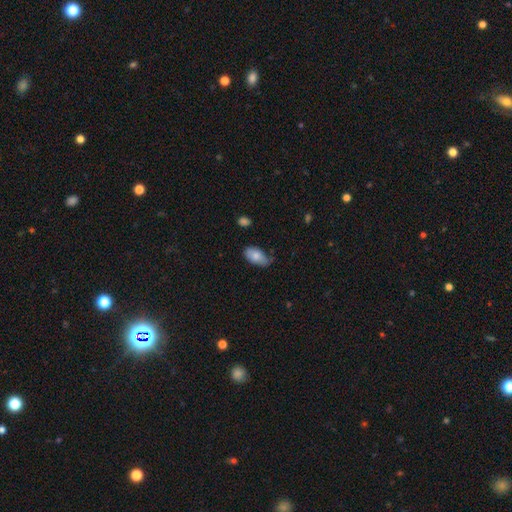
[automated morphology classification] A smooth galaxy with no disk features (79%) that is in between round and cigar-shaped (94%).

Vote fractions:
- Smooth or featured? smooth: 79% / featured or disk: 15% / star or artifact: 7%
- How rounded? in between: 94% / round: 3% / cigar-shaped: 3%
- Merging? none: 53% / minor disturbance: 36% / major disturbance: 8% / merger: 2%